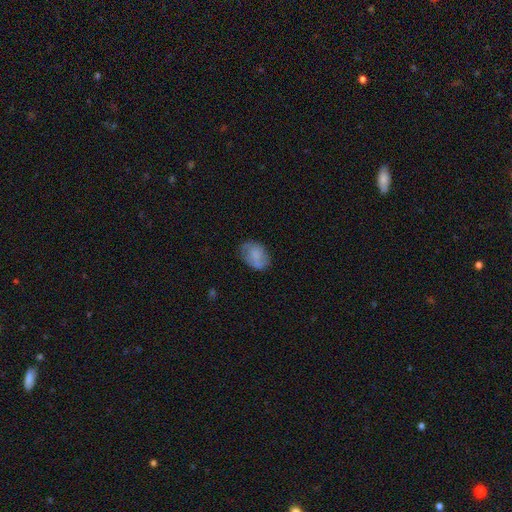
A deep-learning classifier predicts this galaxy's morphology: The model was most divided on "merging": none: 65%, minor disturbance: 24%, major disturbance: 8%, merger: 3%. More confident: how rounded — in between (80%); smooth or featured — smooth (69%).